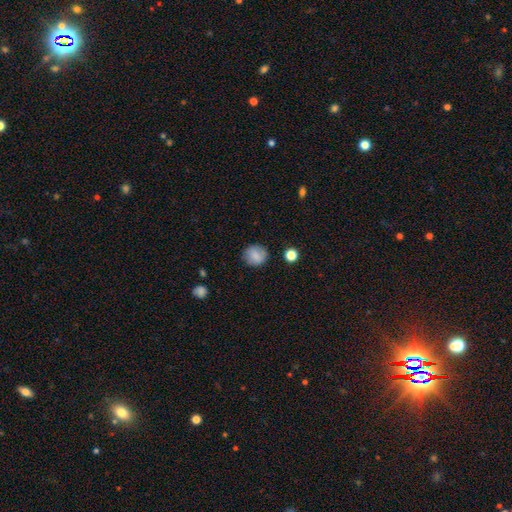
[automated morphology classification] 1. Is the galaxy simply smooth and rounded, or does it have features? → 83% smooth, 9% star or artifact, 8% featured or disk.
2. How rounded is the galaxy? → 85% round, 14% in between, 1% cigar-shaped.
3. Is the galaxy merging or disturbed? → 84% none, 11% minor disturbance, 3% major disturbance, 2% merger.